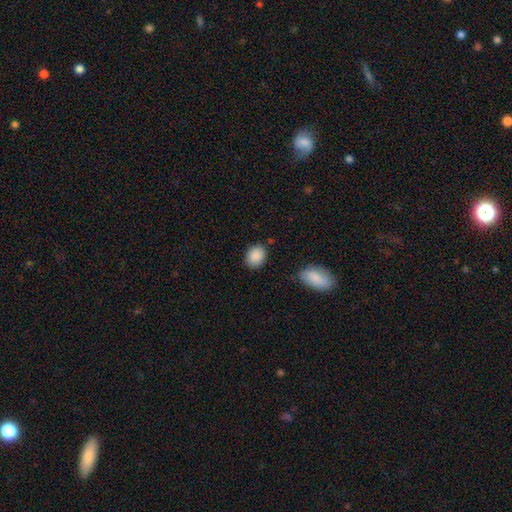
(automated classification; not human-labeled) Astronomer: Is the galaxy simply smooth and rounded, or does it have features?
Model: smooth — 89%.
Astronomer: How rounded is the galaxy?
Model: in between — 55% (runner-up: round, 44%).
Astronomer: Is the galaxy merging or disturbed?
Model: none — 82%.